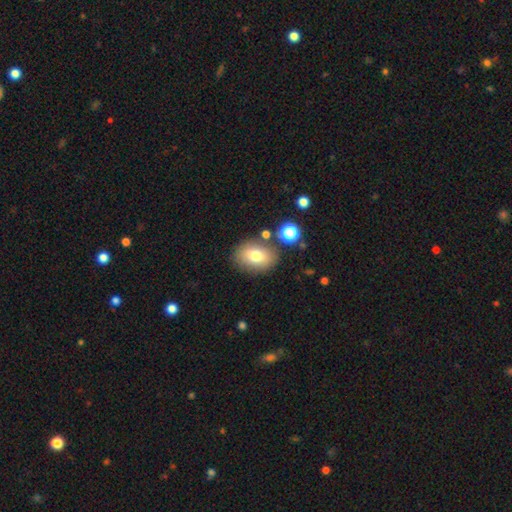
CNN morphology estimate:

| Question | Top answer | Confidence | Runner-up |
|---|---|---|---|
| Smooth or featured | smooth | 74% | featured or disk (15%) |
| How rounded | in between | 73% | round (25%) |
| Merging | none | 79% | minor disturbance (12%) |